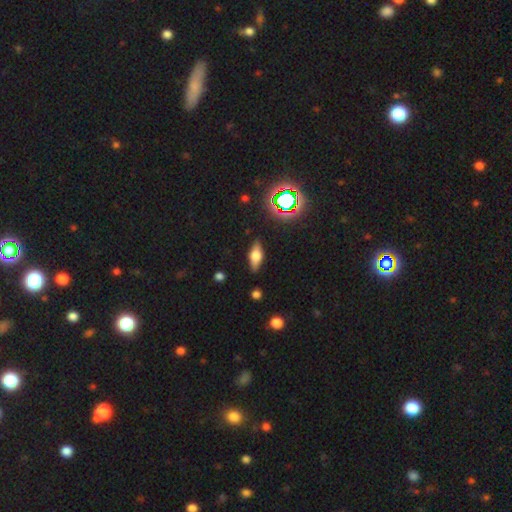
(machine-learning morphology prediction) Q: Smooth or featured?
A: smooth (51%); runner-up: featured or disk (37%)
Q: How rounded?
A: in between (73%); runner-up: cigar-shaped (22%)
Q: Merging?
A: none (84%); runner-up: minor disturbance (11%)